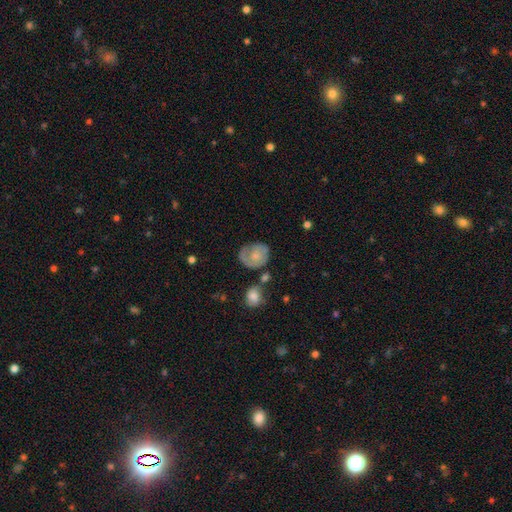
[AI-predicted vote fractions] Q: Smooth or featured?
A: featured or disk (48%); runner-up: smooth (45%)
Q: Merging?
A: none (51%); runner-up: minor disturbance (26%)